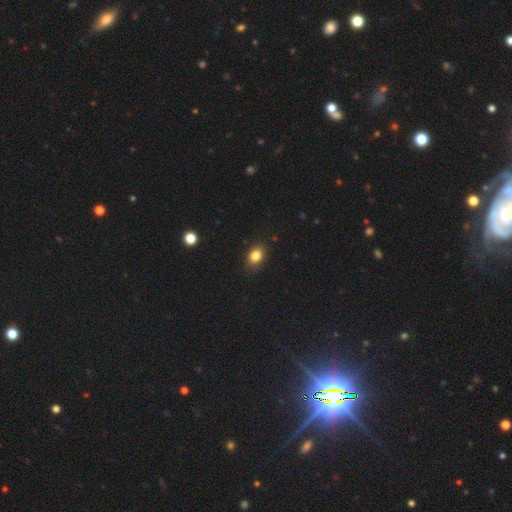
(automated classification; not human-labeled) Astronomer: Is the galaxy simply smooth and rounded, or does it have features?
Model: smooth — 84%.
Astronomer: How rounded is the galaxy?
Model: in between — 66%.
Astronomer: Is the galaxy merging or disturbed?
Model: none — 84%.